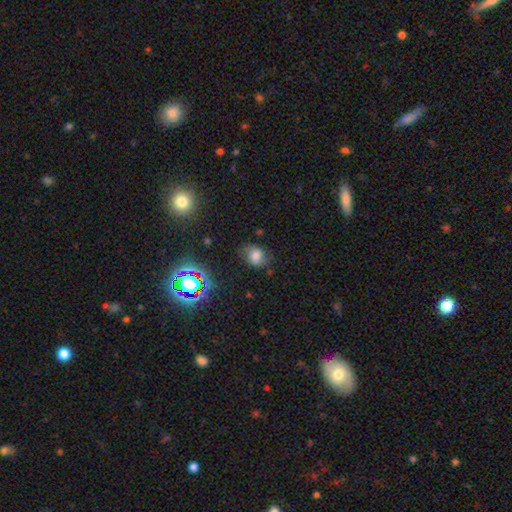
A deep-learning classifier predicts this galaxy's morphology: Overall: smooth (65%). How rounded: in between (56%; round 43%). Merging: none (69%).